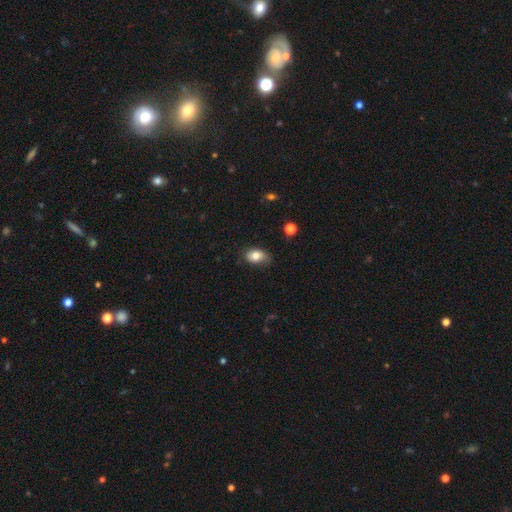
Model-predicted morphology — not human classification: The model was most divided on "merging": none: 65%, minor disturbance: 27%, major disturbance: 6%, merger: 2%. More confident: how rounded — in between (84%); smooth or featured — smooth (81%).